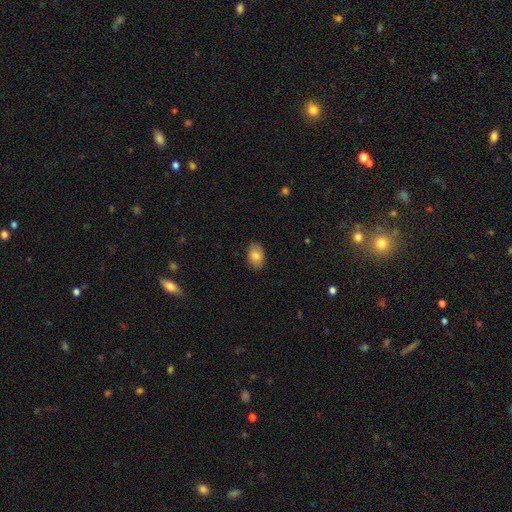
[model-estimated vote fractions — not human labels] Overall: smooth (83%). How rounded: in between (88%). Merging: none (87%).